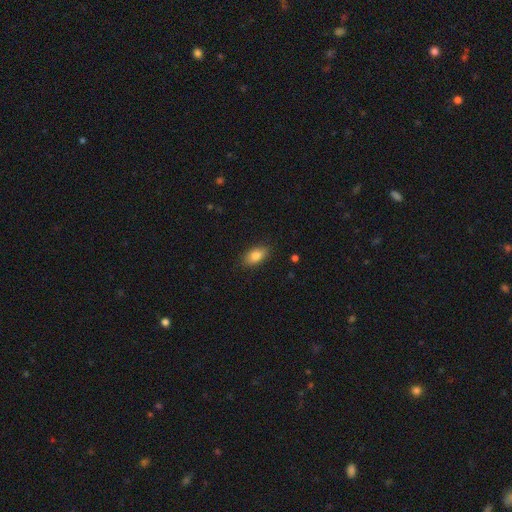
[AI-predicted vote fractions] Smooth or featured?
  - smooth: 83% *
  - featured or disk: 9%
  - star or artifact: 8%
How rounded?
  - in between: 89% *
  - round: 7%
  - cigar-shaped: 5%
Merging?
  - none: 86% *
  - minor disturbance: 11%
  - major disturbance: 2%
  - merger: 1%